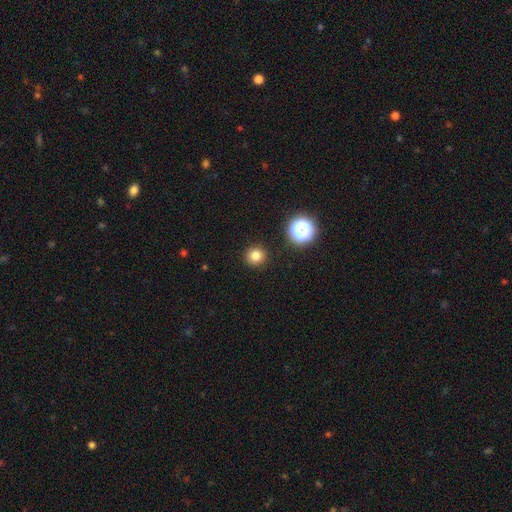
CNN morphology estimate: The model was most divided on "smooth or featured": smooth: 80%, star or artifact: 15%, featured or disk: 5%. More confident: how rounded — round (94%); merging — none (92%).